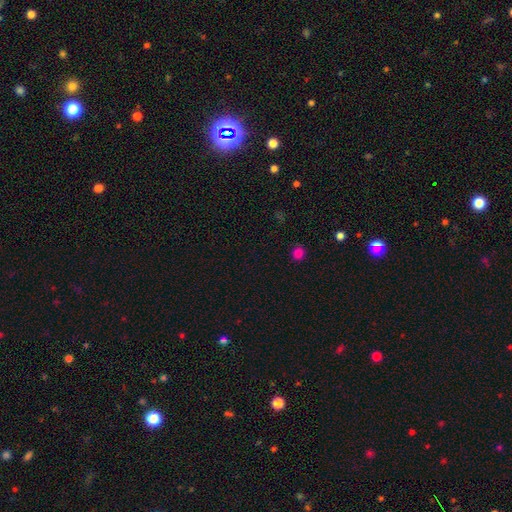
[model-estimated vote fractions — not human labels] Q: Smooth or featured?
A: star or artifact (59%); runner-up: smooth (35%)